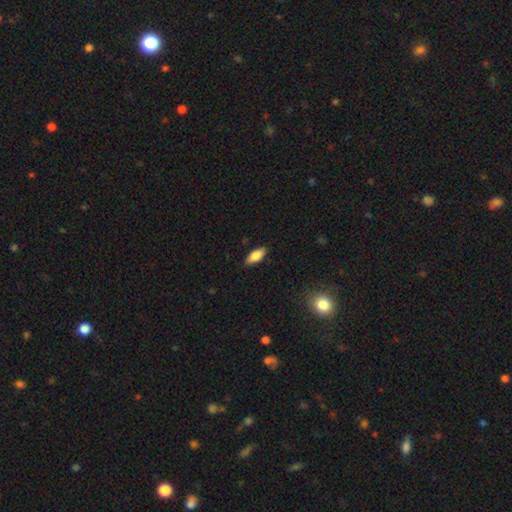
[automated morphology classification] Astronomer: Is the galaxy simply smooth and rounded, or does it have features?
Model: smooth — 81%.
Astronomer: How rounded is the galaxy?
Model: in between — 82%.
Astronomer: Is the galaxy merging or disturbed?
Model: none — 86%.